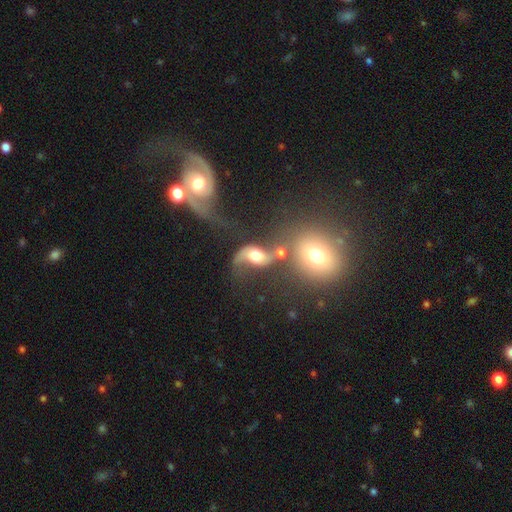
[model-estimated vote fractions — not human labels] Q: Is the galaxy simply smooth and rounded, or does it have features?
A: featured or disk — 68%.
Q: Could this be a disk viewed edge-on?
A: no — 96%.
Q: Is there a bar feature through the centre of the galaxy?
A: no — 56%.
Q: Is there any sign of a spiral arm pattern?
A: yes — 88%.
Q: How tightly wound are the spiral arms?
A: loose — 83%.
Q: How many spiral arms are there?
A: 2 — 86%.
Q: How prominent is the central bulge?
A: moderate — 51%.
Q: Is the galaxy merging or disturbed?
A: none — 33%.